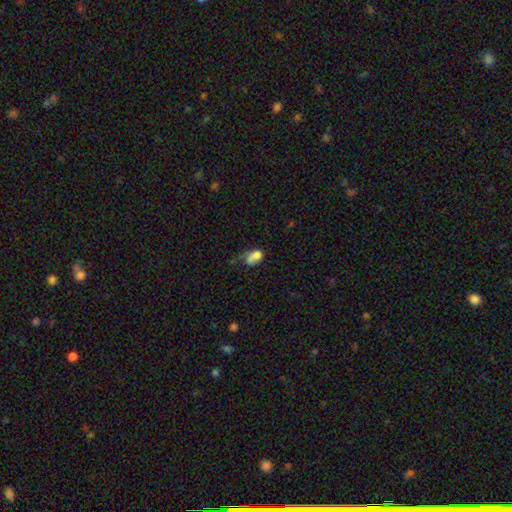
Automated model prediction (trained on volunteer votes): Morphology: type=smooth (74%); roundness=in between (83%); merging=minor disturbance (32%).